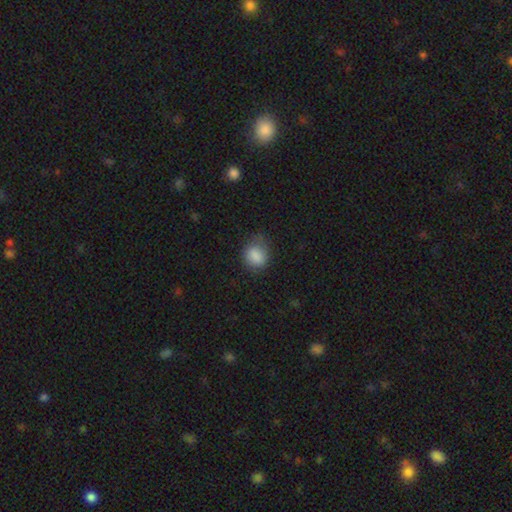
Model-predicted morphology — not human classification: This is clearly a smooth galaxy (86%). How rounded: possibly round (54%). Merging: likely none (62%).